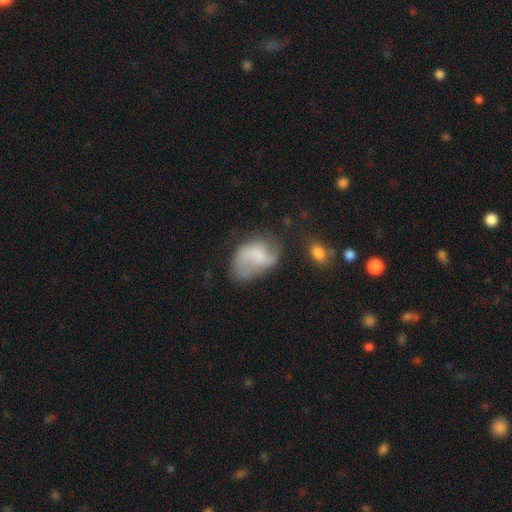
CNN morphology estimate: A smooth galaxy with no disk features (48%). Merging: none (37%).